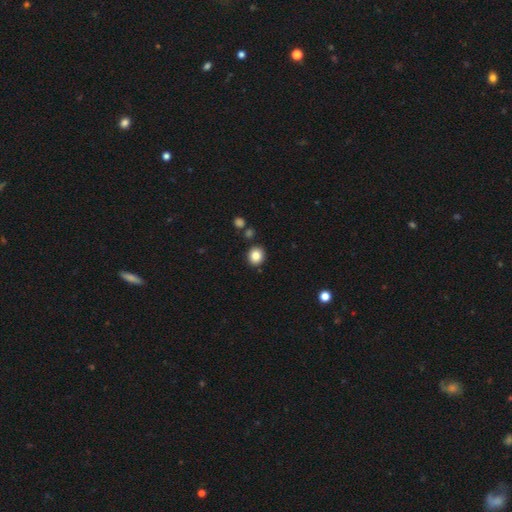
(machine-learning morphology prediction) This appears to be a smooth galaxy with no disk features (85%) that is round (78%). Merging: none (86%).